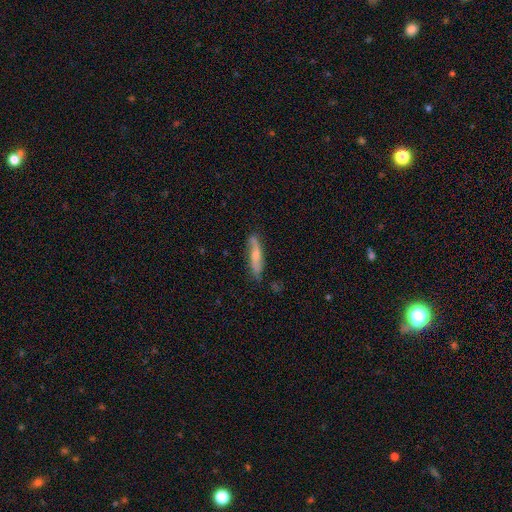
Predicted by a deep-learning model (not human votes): smooth_or_featured: smooth (p=0.50) [alt: featured or disk p=0.44]
merging: none (p=0.72) [alt: minor disturbance p=0.21]